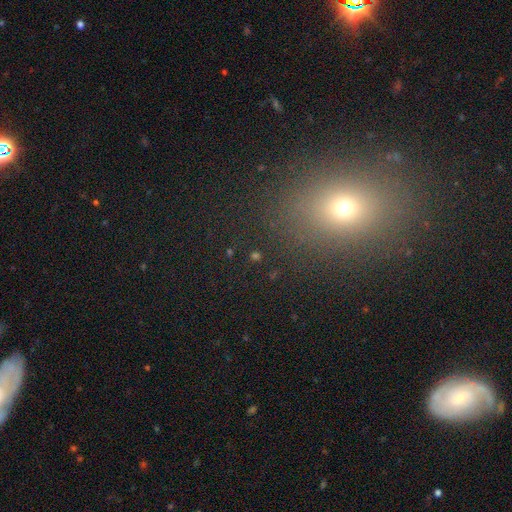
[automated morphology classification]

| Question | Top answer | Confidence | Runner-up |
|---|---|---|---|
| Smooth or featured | star or artifact | 49% | smooth (40%) |